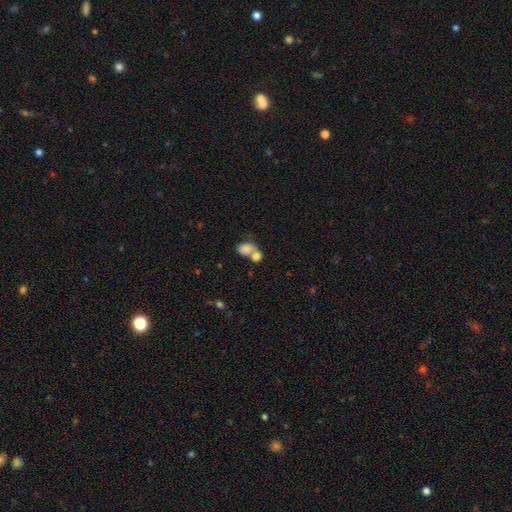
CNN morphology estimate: A smooth galaxy with no disk features (72%) that is in between round and cigar-shaped (57%). Merging: merger (62%).